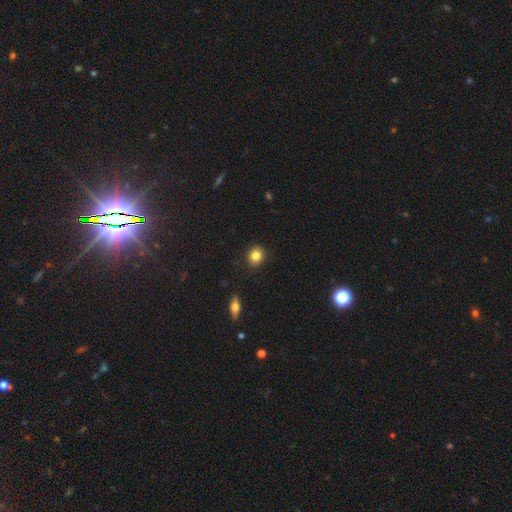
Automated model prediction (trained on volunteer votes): A smooth galaxy with no disk features (84%) that is round (72%).

Vote fractions:
- Smooth or featured? smooth: 84% / star or artifact: 10% / featured or disk: 6%
- How rounded? round: 72% / in between: 27% / cigar-shaped: 1%
- Merging? none: 89% / minor disturbance: 8% / major disturbance: 2% / merger: 1%